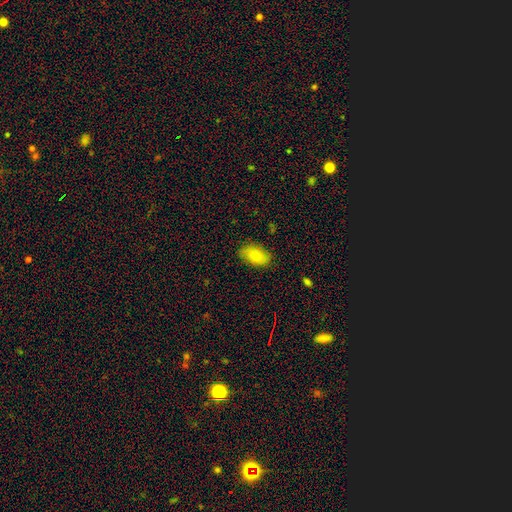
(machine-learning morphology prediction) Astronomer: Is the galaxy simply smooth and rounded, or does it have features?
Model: smooth — 81%.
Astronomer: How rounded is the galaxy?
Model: in between — 93%.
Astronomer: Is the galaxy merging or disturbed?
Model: none — 84%.